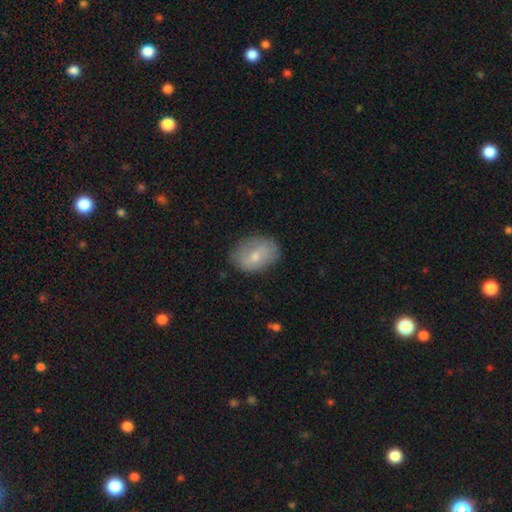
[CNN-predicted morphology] The model was most divided on "smooth or featured": smooth: 67%, featured or disk: 26%, star or artifact: 7%. More confident: how rounded — in between (78%); merging — none (75%).